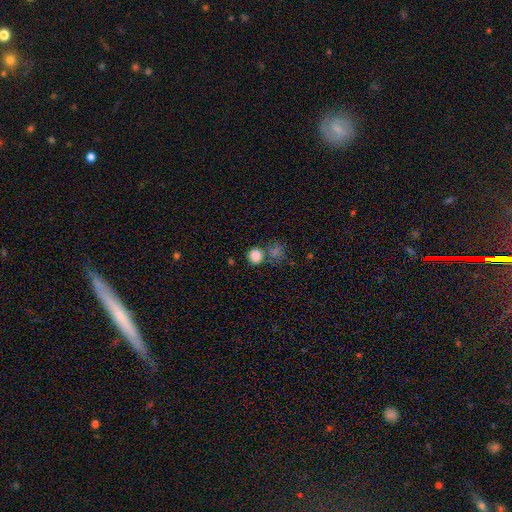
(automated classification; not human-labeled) Morphology: type=smooth (84%); roundness=round (87%); merging=none (66%).